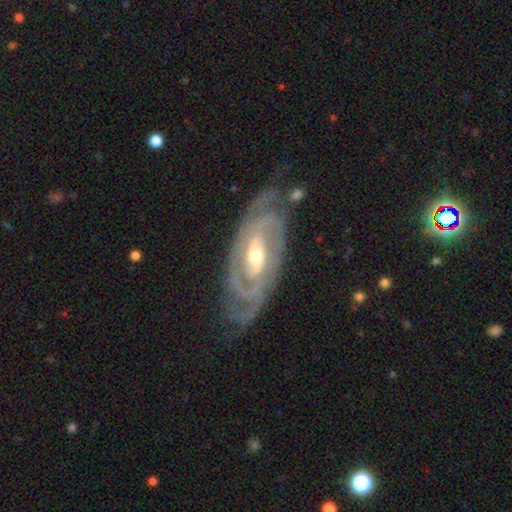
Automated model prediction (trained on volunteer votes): Smooth or featured?
  - featured or disk: 89% *
  - smooth: 7%
  - star or artifact: 4%
Edge-on disk?
  - no: 94% *
  - yes: 6%
Bar?
  - no: 37% * (tied)
  - weak: 37% * (tied)
  - strong: 26%
Spiral arms?
  - yes: 94% *
  - no: 6%
Spiral winding?
  - tight: 65% *
  - medium: 28%
  - loose: 7%
Spiral arm count?
  - 2: 55% *
  - can't tell: 19%
  - 3: 13%
  - 1: 5%
  - 4: 5%
  - more than 4: 4%
Bulge size?
  - moderate: 59% *
  - small: 35%
  - large: 4%
  - none: 1%
  - dominant: 1%
Merging?
  - none: 71% *
  - minor disturbance: 18%
  - major disturbance: 8%
  - merger: 2%